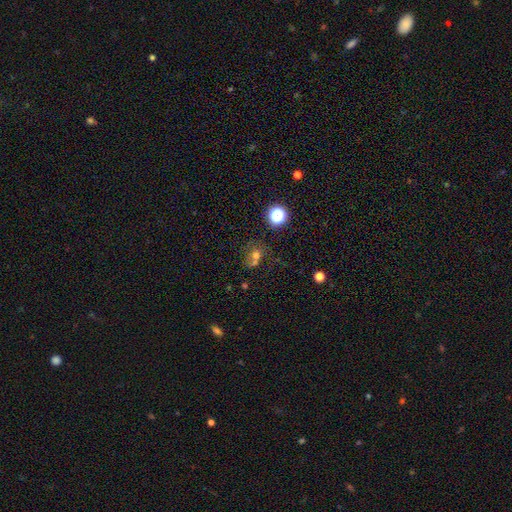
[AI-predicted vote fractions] This appears to be a smooth galaxy with no disk features (57%) that is round (71%). Merging: merger (42%).